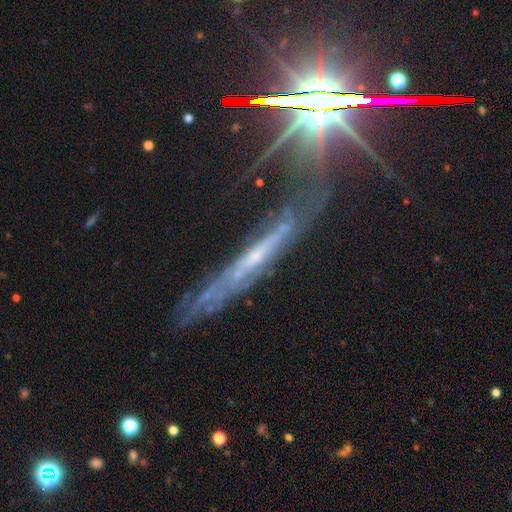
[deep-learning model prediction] smooth_or_featured: featured or disk (p=0.69) [alt: smooth p=0.16]
disk_edge_on: yes (p=0.73) [alt: no p=0.27]
edge_on_bulge: none (p=0.57) [alt: rounded p=0.36]
merging: none (p=0.68) [alt: minor disturbance p=0.21]